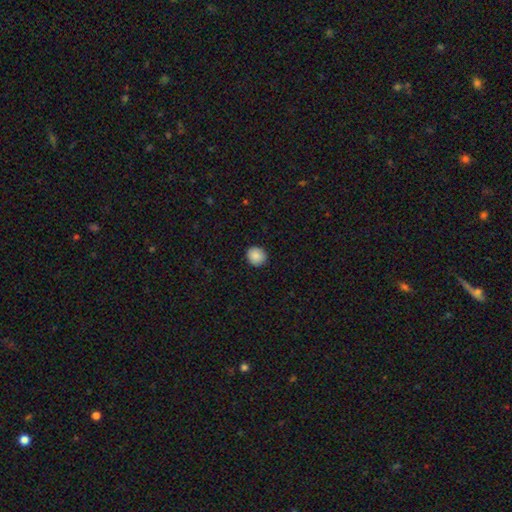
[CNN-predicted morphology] smooth-or-featured: smooth: 88% | star or artifact: 8% | featured or disk: 4%
  how-rounded: round: 85% | in between: 14% | cigar-shaped: 1%
  merging: none: 91% | minor disturbance: 7% | major disturbance: 2% | merger: 1%